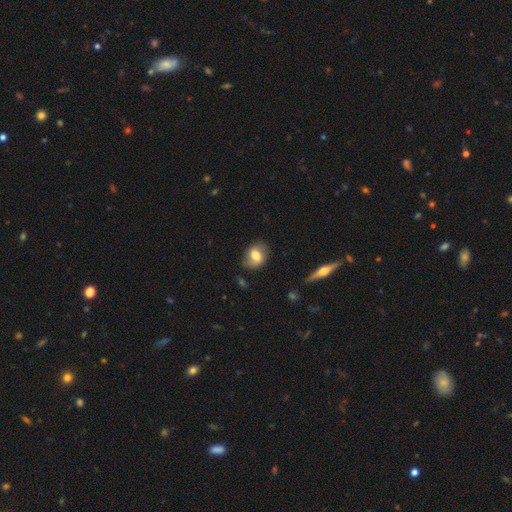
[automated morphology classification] A smooth galaxy with no disk features (57%) that is in between round and cigar-shaped (57%). Merging: none (71%).